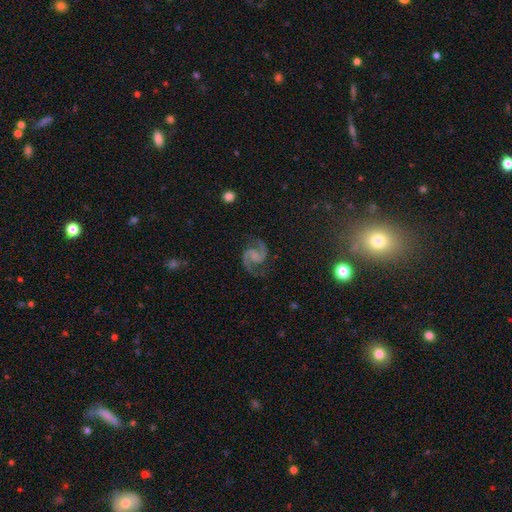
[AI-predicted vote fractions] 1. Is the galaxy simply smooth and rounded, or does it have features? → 92% featured or disk, 5% star or artifact, 3% smooth.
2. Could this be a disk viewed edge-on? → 99% no, 1% yes.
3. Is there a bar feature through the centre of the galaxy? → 51% no, 37% weak, 11% strong.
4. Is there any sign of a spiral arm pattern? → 98% yes, 2% no.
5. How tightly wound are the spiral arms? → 62% medium, 23% loose, 15% tight.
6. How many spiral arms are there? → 95% 2, 1% can't tell, 1% 1, 1% 3, 1% 4, 1% more than 4.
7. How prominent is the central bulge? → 60% none, 22% small, 13% moderate, 3% large, 1% dominant.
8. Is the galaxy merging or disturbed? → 81% none, 13% minor disturbance, 5% major disturbance, 1% merger.